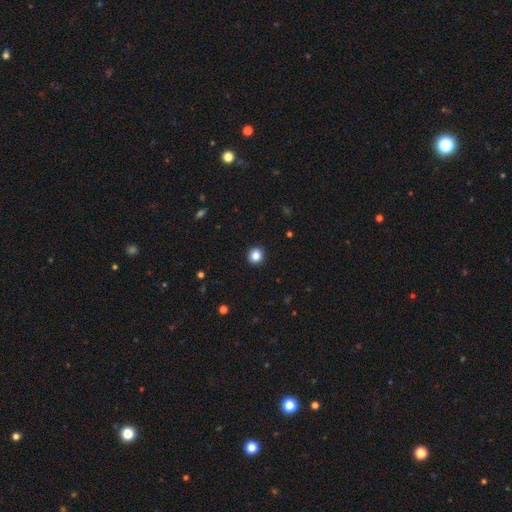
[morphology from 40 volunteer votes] Volunteers were most divided on "how rounded": round: 82%, in between: 18%, cigar-shaped: 0%. More confident: merging — none (94%); smooth or featured — smooth (82%).